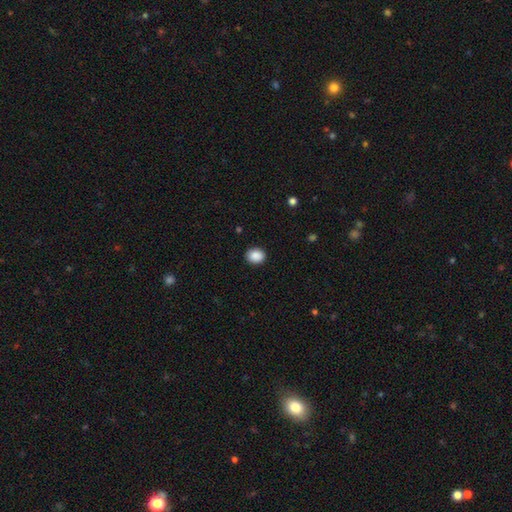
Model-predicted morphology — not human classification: type=smooth (89%); roundness=round (60%); merging=none (90%).